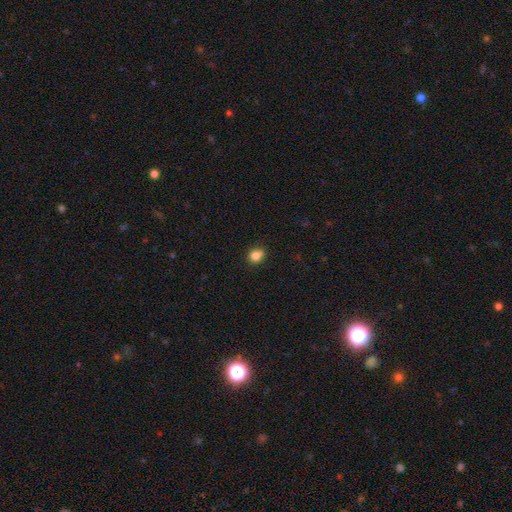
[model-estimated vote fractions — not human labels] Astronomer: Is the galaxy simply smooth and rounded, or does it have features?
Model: smooth — 84%.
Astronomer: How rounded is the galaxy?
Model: round — 64%.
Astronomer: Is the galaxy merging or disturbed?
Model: none — 79%.